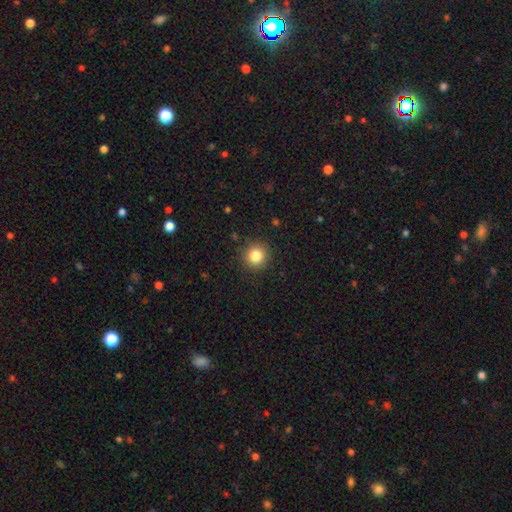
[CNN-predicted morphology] smooth-or-featured: smooth: 84% | star or artifact: 11% | featured or disk: 5%
  how-rounded: round: 94% | in between: 6% | cigar-shaped: 1%
  merging: none: 90% | minor disturbance: 6% | major disturbance: 2% | merger: 1%